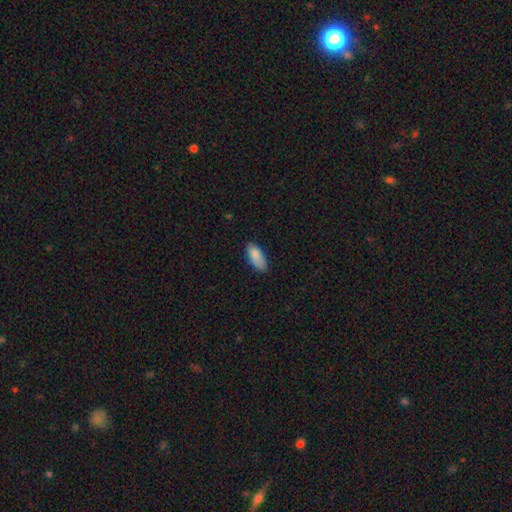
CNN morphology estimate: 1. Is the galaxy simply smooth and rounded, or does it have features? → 87% smooth, 7% featured or disk, 6% star or artifact.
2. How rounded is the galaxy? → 86% in between, 12% cigar-shaped, 2% round.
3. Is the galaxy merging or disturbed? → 76% none, 19% minor disturbance, 3% major disturbance, 1% merger.